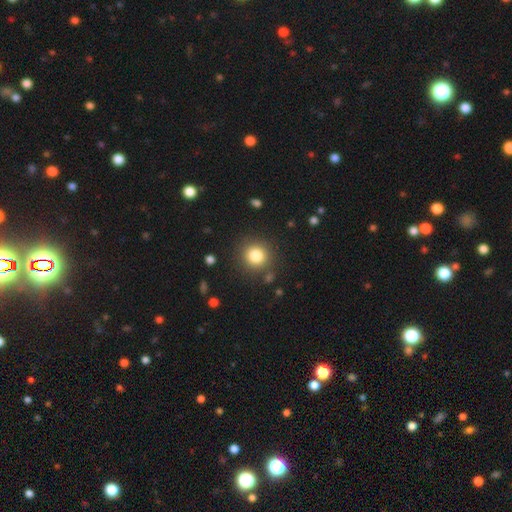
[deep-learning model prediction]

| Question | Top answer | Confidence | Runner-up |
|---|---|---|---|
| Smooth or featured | smooth | 82% | star or artifact (11%) |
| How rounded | round | 92% | in between (7%) |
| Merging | none | 87% | minor disturbance (7%) |